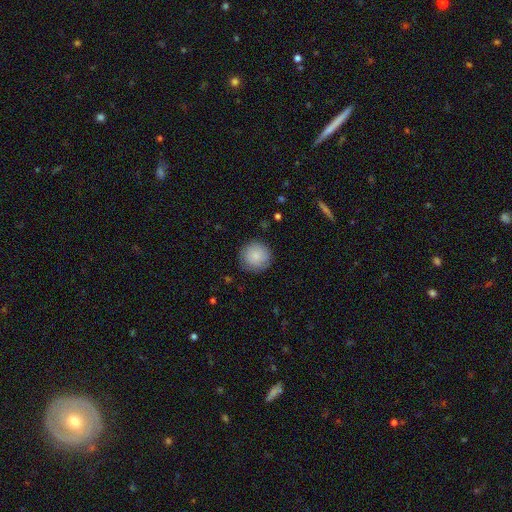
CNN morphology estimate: The model was most divided on "merging": none: 85%, minor disturbance: 11%, major disturbance: 3%, merger: 1%. More confident: how rounded — round (95%); smooth or featured — smooth (86%).